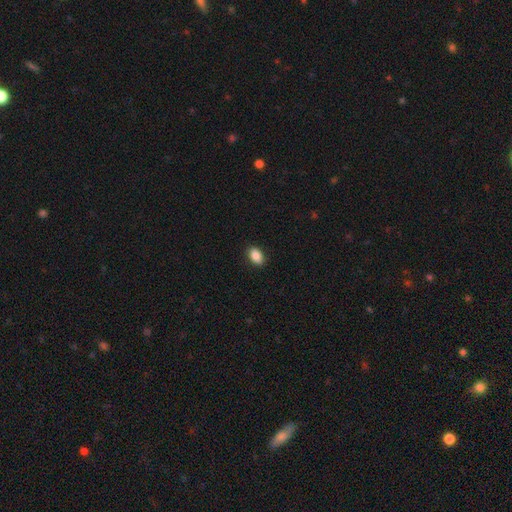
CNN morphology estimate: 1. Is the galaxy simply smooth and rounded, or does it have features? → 87% smooth, 8% star or artifact, 5% featured or disk.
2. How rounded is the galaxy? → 86% in between, 13% round, 1% cigar-shaped.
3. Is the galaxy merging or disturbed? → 89% none, 8% minor disturbance, 2% major disturbance, 1% merger.